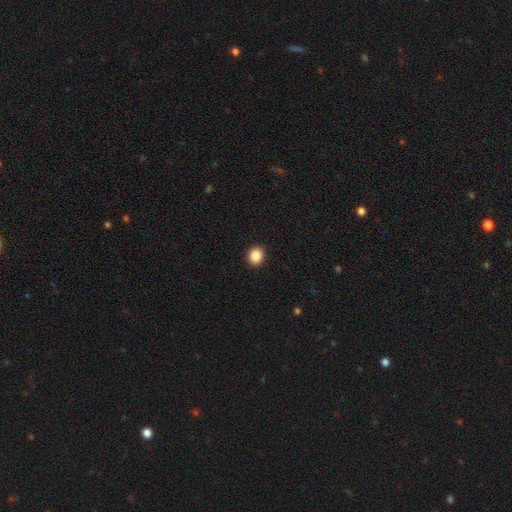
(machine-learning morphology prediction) type=smooth (87%); roundness=round (71%); merging=none (92%).